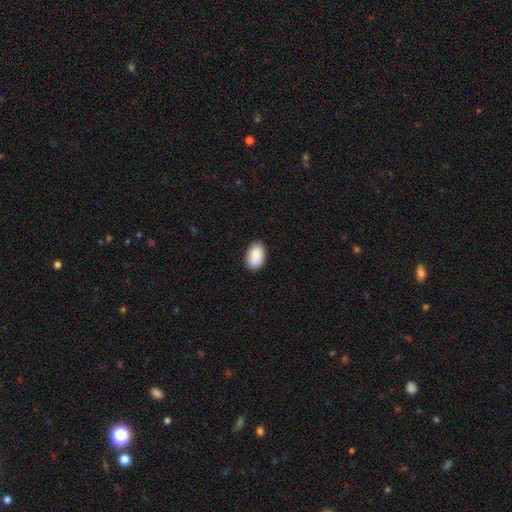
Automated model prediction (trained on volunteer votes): Smooth or featured: smooth — 88% (star or artifact — 6%)
How rounded: in between — 91% (round — 8%)
Merging: none — 85% (minor disturbance — 12%)